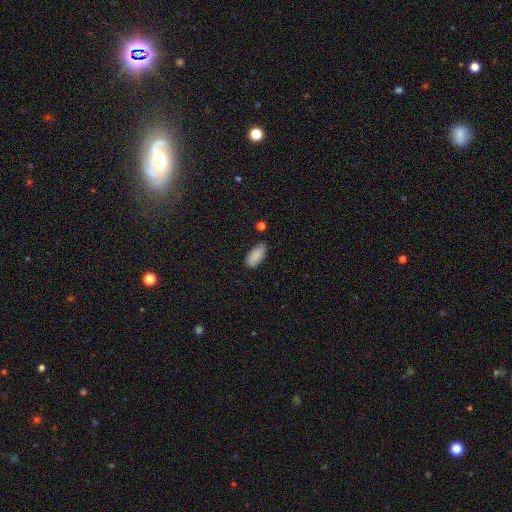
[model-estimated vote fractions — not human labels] smooth_or_featured: smooth (p=0.88) [alt: star or artifact p=0.07]
how_rounded: in between (p=0.93) [alt: cigar-shaped p=0.05]
merging: none (p=0.76) [alt: minor disturbance p=0.19]